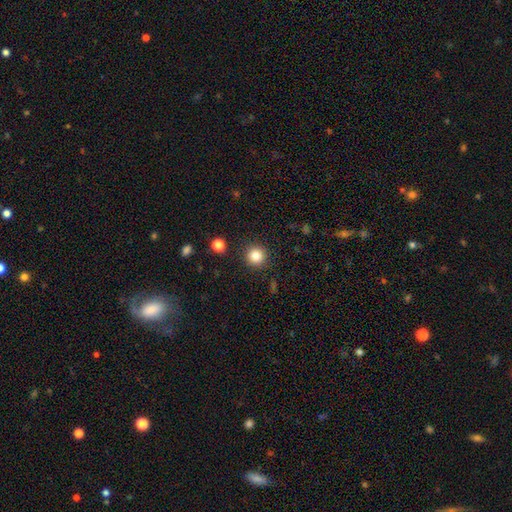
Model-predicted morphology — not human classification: Smooth or featured?
  - smooth: 84% *
  - star or artifact: 12%
  - featured or disk: 5%
How rounded?
  - round: 94% *
  - in between: 5%
  - cigar-shaped: 1%
Merging?
  - none: 90% *
  - minor disturbance: 6%
  - major disturbance: 2%
  - merger: 2%